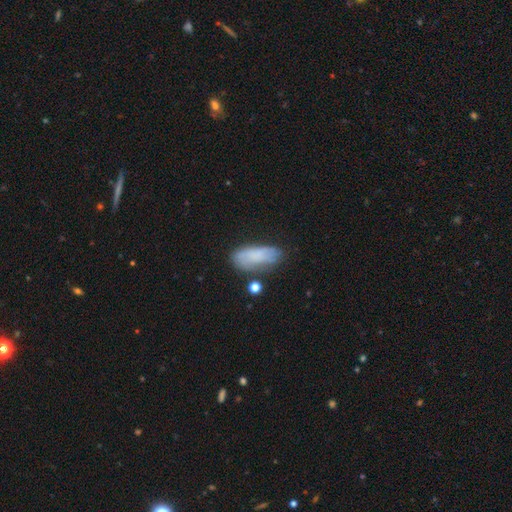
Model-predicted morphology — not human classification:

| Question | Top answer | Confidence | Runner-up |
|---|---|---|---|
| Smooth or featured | smooth | 69% | featured or disk (22%) |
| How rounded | in between | 79% | cigar-shaped (18%) |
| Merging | none | 55% | minor disturbance (27%) |